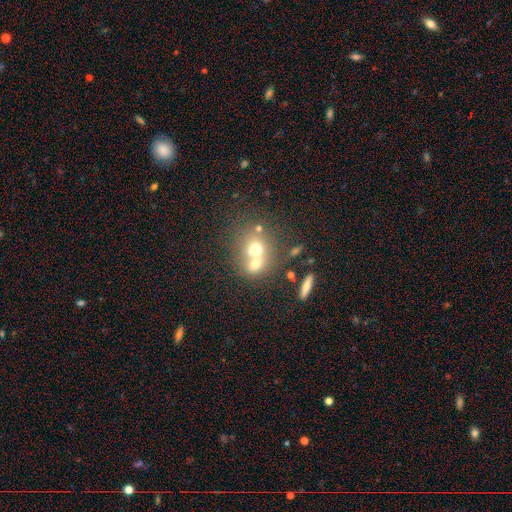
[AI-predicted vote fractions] Smooth or featured?
  - smooth: 61% *
  - featured or disk: 24%
  - star or artifact: 14%
How rounded?
  - round: 73% *
  - in between: 26%
  - cigar-shaped: 1%
Merging?
  - merger: 63% *
  - none: 28%
  - minor disturbance: 6%
  - major disturbance: 3%